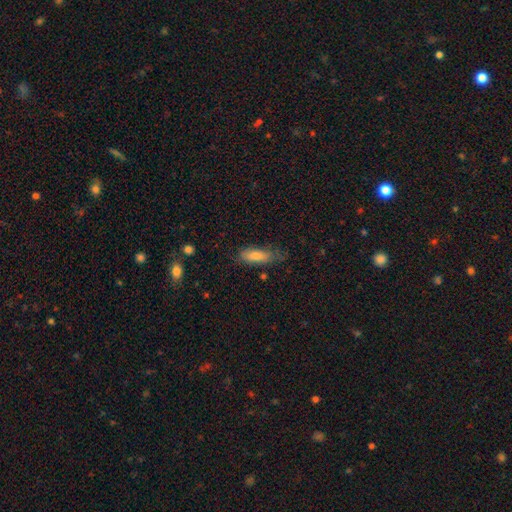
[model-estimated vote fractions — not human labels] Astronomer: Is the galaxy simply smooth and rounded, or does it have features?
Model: smooth — 74%.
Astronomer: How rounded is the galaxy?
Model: in between — 52% (runner-up: cigar-shaped, 46%).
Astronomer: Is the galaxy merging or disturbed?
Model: none — 59%.